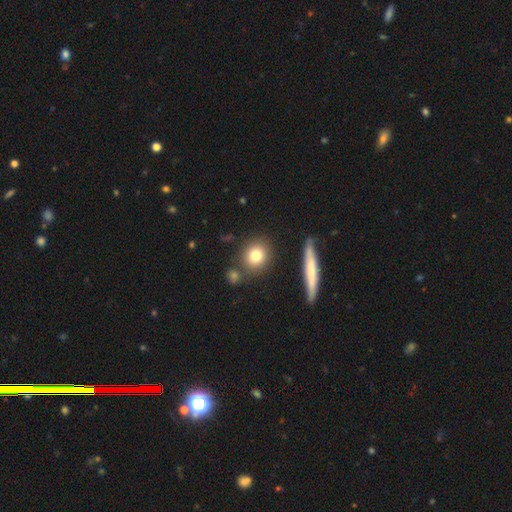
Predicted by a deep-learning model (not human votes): smooth 79%, featured or disk 11%, star or artifact 10%. Down the decision tree: how rounded — round (79%); merging — none (79%).